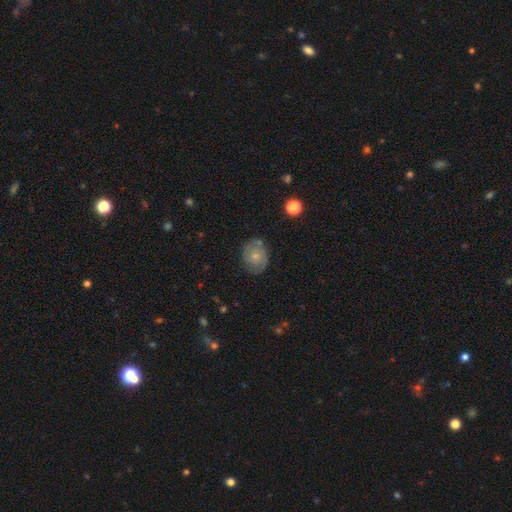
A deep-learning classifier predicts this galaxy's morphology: type=featured or disk (54%); edge-on=no (97%); bar=no (79%); spiral arms=yes (78%); bulge=small (55%); merging=none (69%).